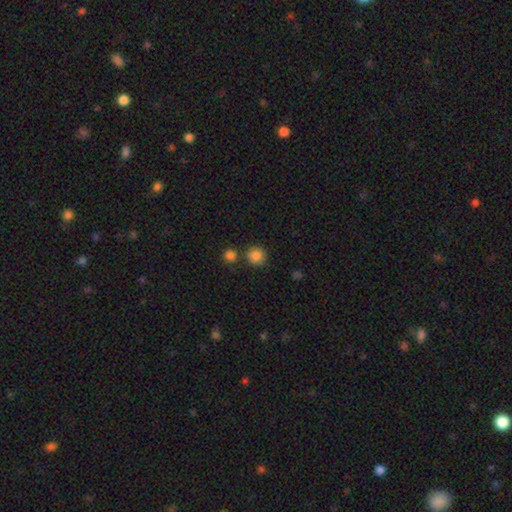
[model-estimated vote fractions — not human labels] Smooth or featured: smooth — 86% (star or artifact — 11%)
How rounded: round — 93% (in between — 6%)
Merging: none — 78% (merger — 12%)